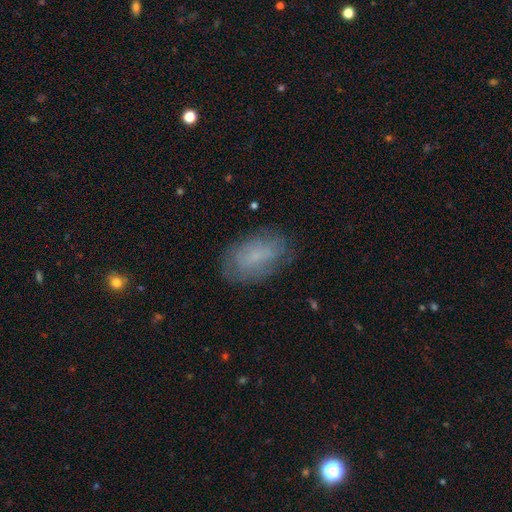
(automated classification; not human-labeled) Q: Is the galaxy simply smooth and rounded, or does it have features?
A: smooth — 59%.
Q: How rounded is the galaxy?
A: in between — 91%.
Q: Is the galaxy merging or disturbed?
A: none — 76%.